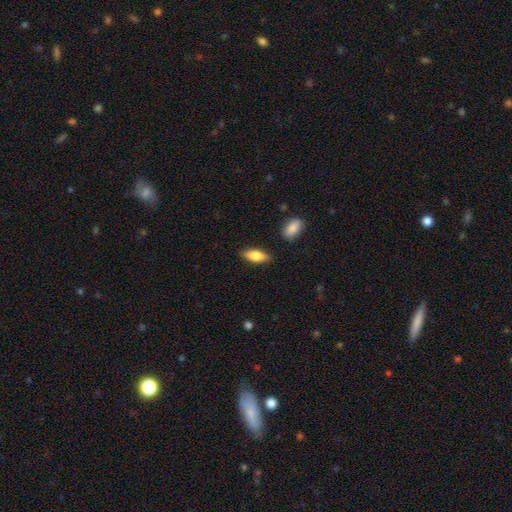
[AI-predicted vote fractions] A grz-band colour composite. It shows a smooth galaxy with no disk features (80%) that is in between round and cigar-shaped (78%). Merging: none (84%).